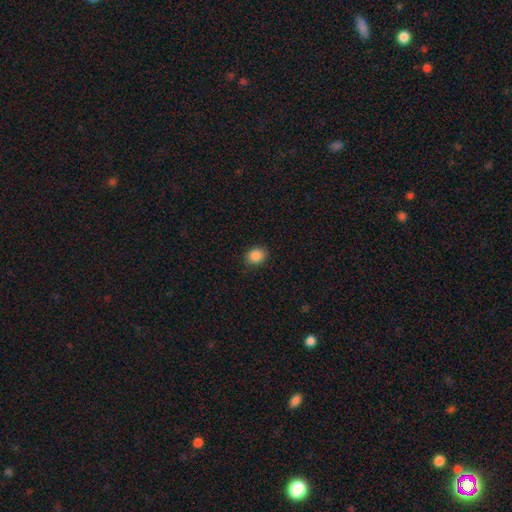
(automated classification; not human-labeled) smooth 87%, star or artifact 9%, featured or disk 4%. Down the decision tree: how rounded — in between (53%); merging — none (88%).